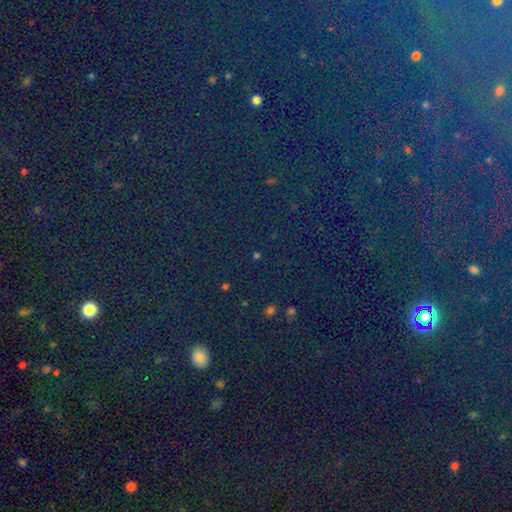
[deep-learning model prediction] Morphology: type=star or artifact (78%).